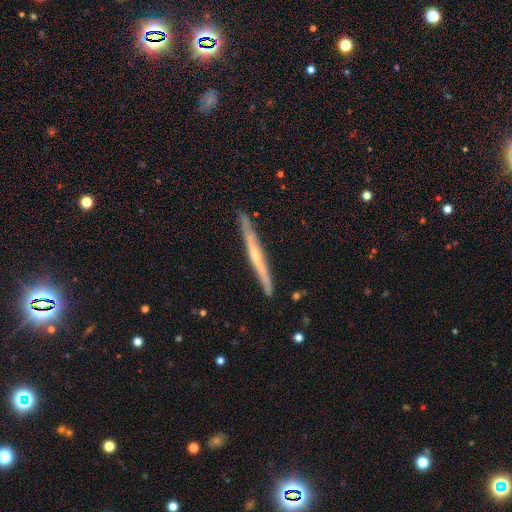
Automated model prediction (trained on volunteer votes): featured or disk 66%, smooth 28%, star or artifact 6%. Down the decision tree: edge-on disk — yes (96%); edge-on bulge — none (49%); merging — none (88%).